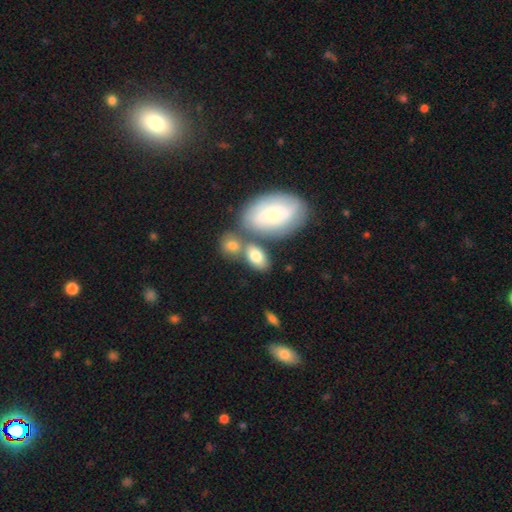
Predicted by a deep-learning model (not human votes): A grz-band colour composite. It shows a smooth galaxy with no disk features (71%) that is in between round and cigar-shaped (87%). Merging: none (50%).